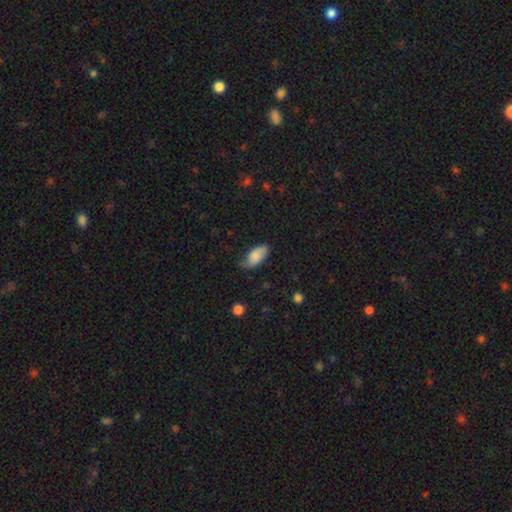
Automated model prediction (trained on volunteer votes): Overall: smooth (77%). How rounded: in between (93%). Merging: none (51%; minor disturbance 36%).